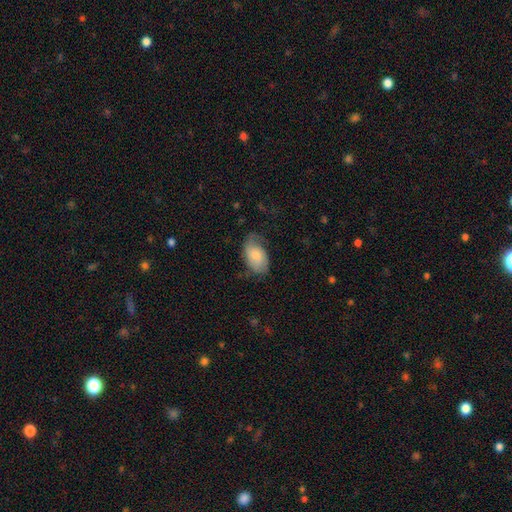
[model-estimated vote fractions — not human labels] Morphology: type=smooth (65%); roundness=in between (92%); merging=none (54%).